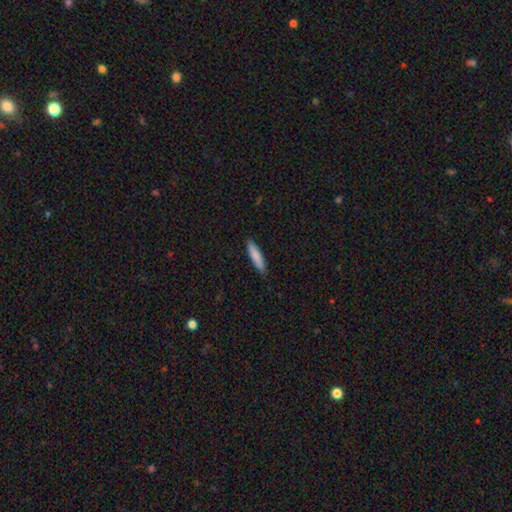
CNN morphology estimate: type=smooth (84%); roundness=cigar-shaped (79%); merging=none (89%).